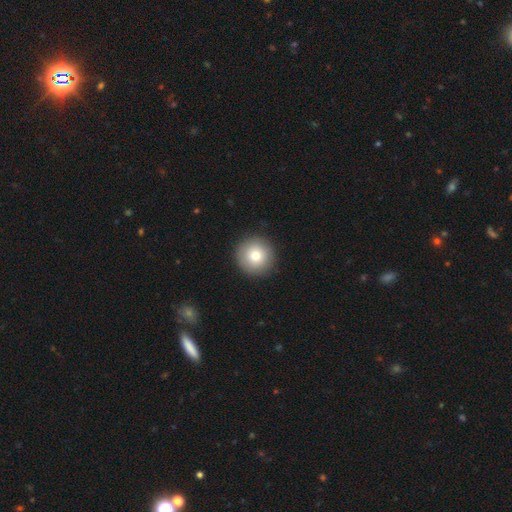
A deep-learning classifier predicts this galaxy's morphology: smooth_or_featured: smooth (p=0.76) [alt: featured or disk p=0.14]
how_rounded: round (p=0.96) [alt: in between p=0.03]
merging: none (p=0.92) [alt: minor disturbance p=0.05]